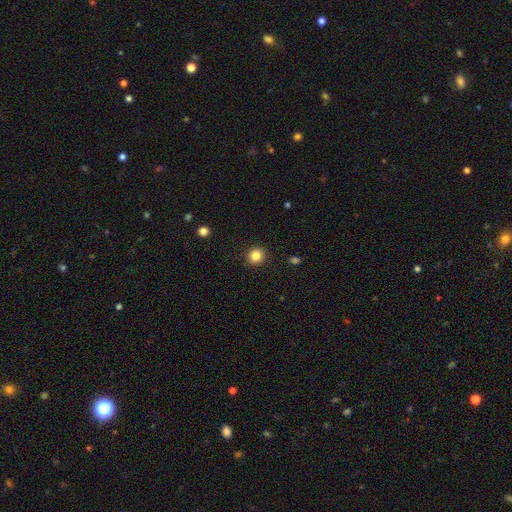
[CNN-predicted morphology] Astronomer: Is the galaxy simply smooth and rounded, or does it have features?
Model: smooth — 85%.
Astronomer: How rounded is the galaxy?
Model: round — 88%.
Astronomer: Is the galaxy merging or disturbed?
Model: none — 91%.